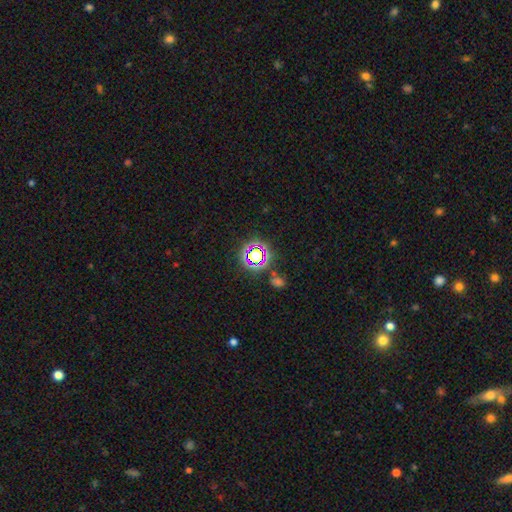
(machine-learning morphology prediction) star or artifact 67%, smooth 23%, featured or disk 10%.